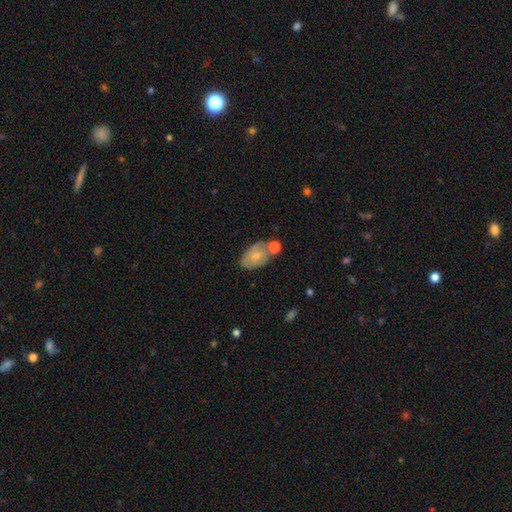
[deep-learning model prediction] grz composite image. It shows a smooth galaxy with no disk features (57%) that is in between round and cigar-shaped (90%). Merging: none (46%).